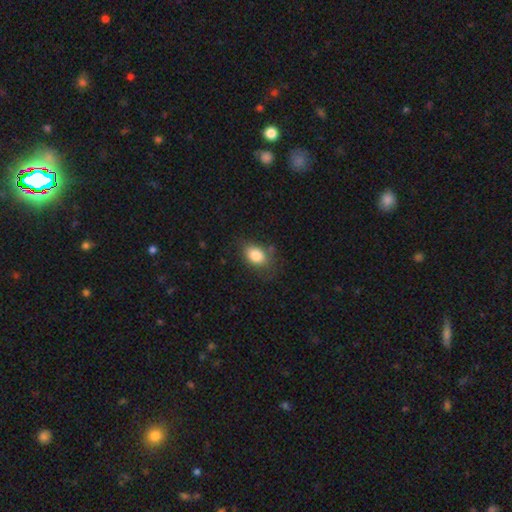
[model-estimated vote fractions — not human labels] Smooth or featured? smooth (83%)
How rounded? in between (77%)
Merging? none (72%)